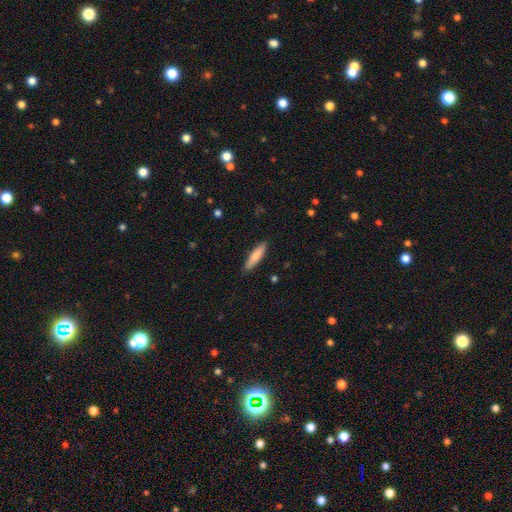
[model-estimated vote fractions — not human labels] Morphology: type=smooth (81%); roundness=cigar-shaped (75%); merging=none (87%).